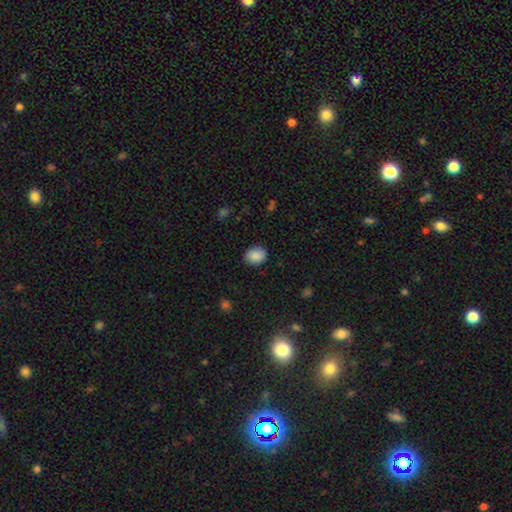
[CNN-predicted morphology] Smooth or featured?
  - smooth: 88% *
  - star or artifact: 8%
  - featured or disk: 4%
How rounded?
  - round: 55% *
  - in between: 44%
  - cigar-shaped: 1%
Merging?
  - none: 87% *
  - minor disturbance: 9%
  - major disturbance: 2%
  - merger: 1%